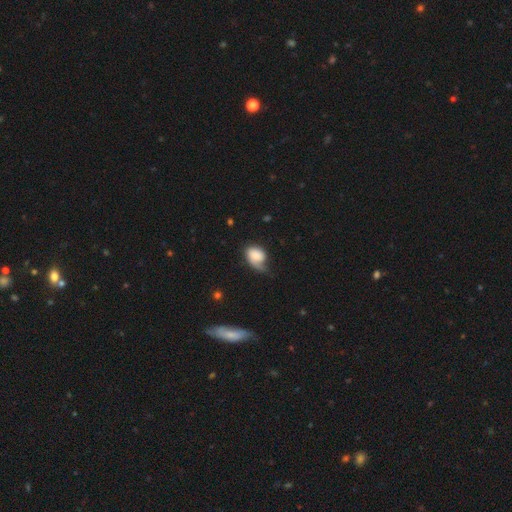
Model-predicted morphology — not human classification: Overall: smooth (67%). How rounded: in between (73%). Merging: minor disturbance (37%; major disturbance 32%).